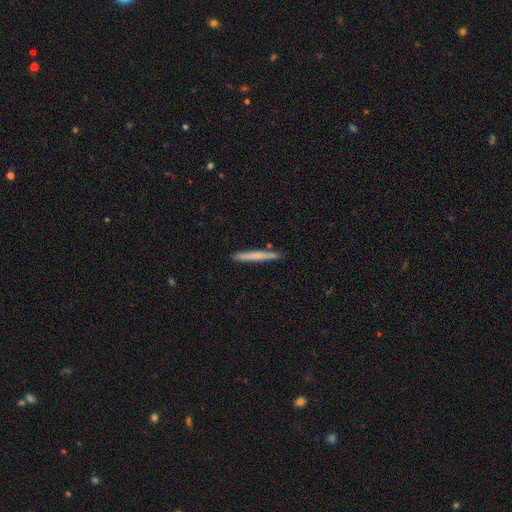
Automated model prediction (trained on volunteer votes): This appears to be a smooth galaxy with no disk features (64%) that is cigar-shaped (97%). Merging: none (91%).